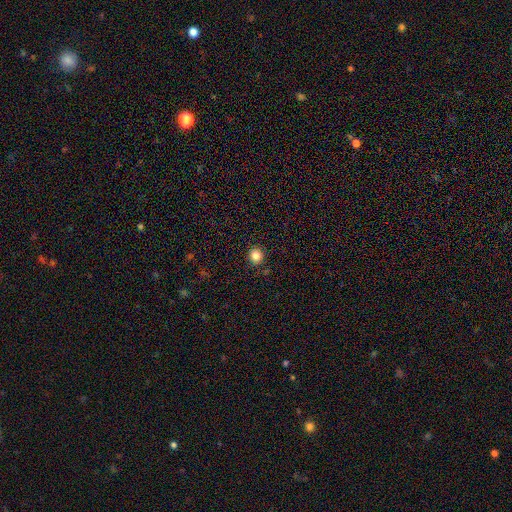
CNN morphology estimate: type=smooth (84%); roundness=round (90%); merging=none (91%).